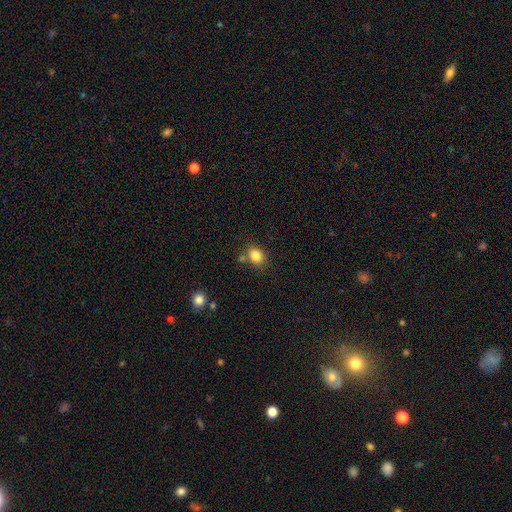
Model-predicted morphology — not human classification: smooth_or_featured: smooth (p=0.84) [alt: star or artifact p=0.11]
how_rounded: round (p=0.53) [alt: in between p=0.46]
merging: none (p=0.71) [alt: minor disturbance p=0.13]